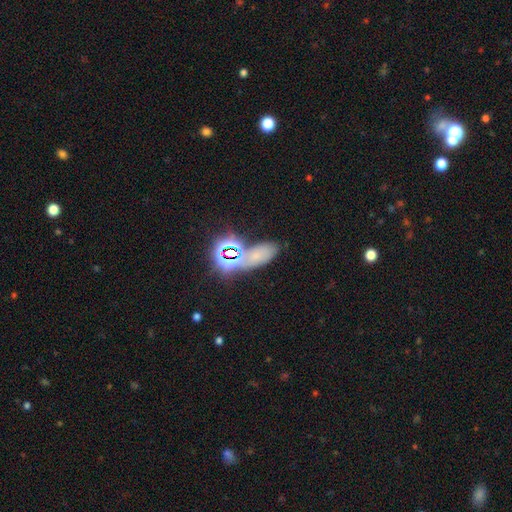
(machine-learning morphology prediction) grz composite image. It shows a star or artifact, not a galaxy (45%).